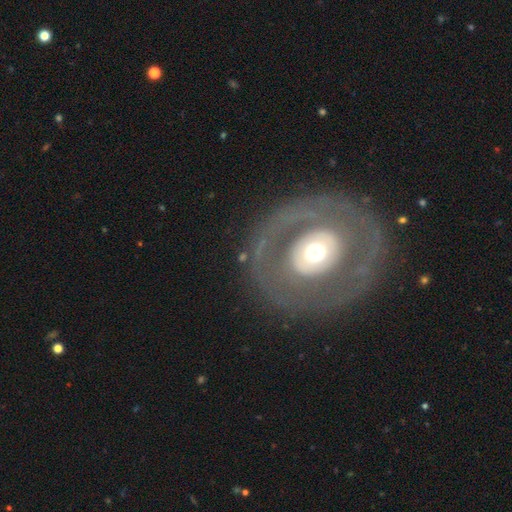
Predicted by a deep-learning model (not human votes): Q: Smooth or featured?
A: featured or disk (65%); runner-up: smooth (28%)
Q: Edge-on disk?
A: no (95%); runner-up: yes (5%)
Q: Bar?
A: no (79%); runner-up: weak (14%)
Q: Spiral arms?
A: no (67%); runner-up: yes (33%)
Q: Bulge size?
A: moderate (61%); runner-up: large (24%)
Q: Merging?
A: none (77%); runner-up: minor disturbance (12%)